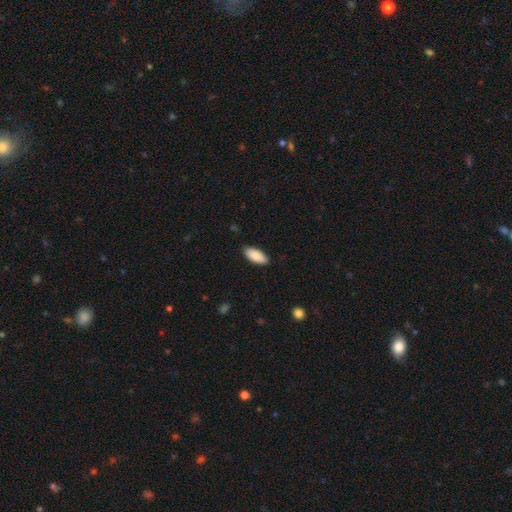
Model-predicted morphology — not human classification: The model was most divided on "merging": none: 86%, minor disturbance: 11%, major disturbance: 2%, merger: 1%. More confident: how rounded — in between (87%); smooth or featured — smooth (87%).